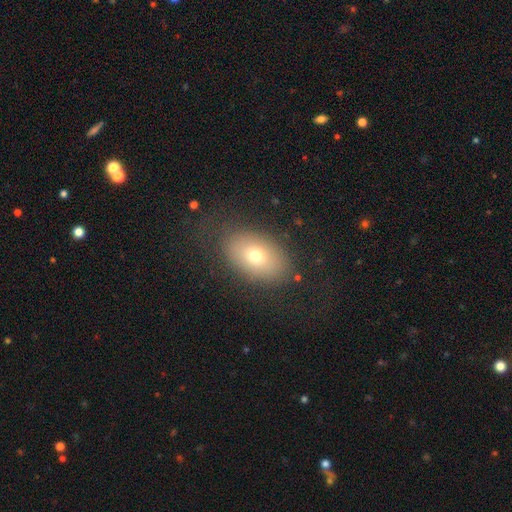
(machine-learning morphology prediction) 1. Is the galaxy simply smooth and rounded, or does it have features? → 70% smooth, 19% featured or disk, 11% star or artifact.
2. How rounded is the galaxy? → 84% in between, 14% round, 1% cigar-shaped.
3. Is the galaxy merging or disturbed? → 77% none, 14% minor disturbance, 7% major disturbance, 1% merger.